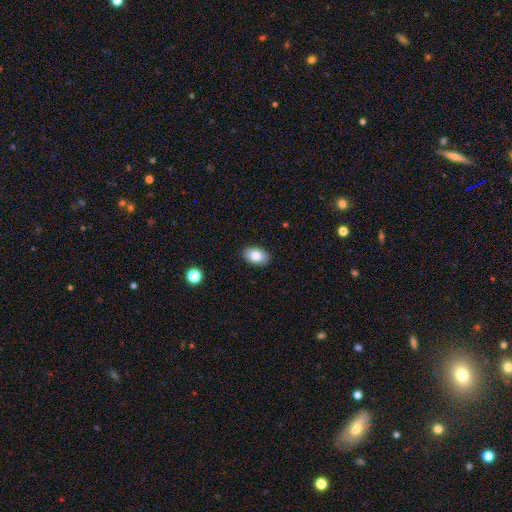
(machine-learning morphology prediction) This appears to be a smooth galaxy with no disk features (83%) that is in between round and cigar-shaped (90%). Merging: none (90%).